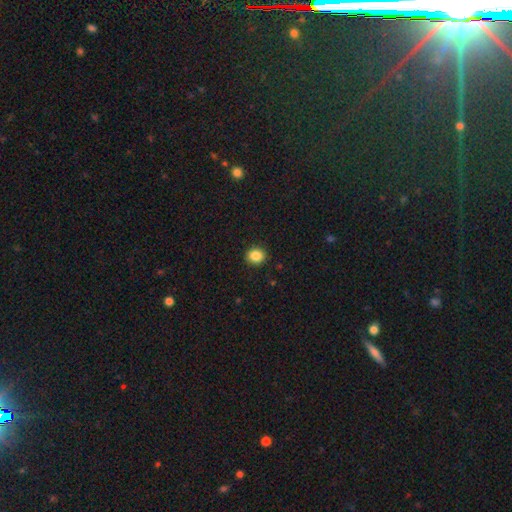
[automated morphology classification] The model was most divided on "how rounded": round: 78%, in between: 21%, cigar-shaped: 1%. More confident: merging — none (92%); smooth or featured — smooth (86%).